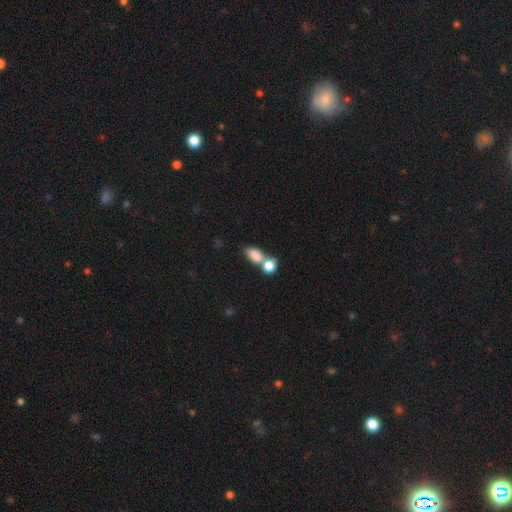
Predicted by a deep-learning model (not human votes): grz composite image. It shows a smooth galaxy with no disk features (82%) that is in between round and cigar-shaped (80%). Merging: merger (56%).